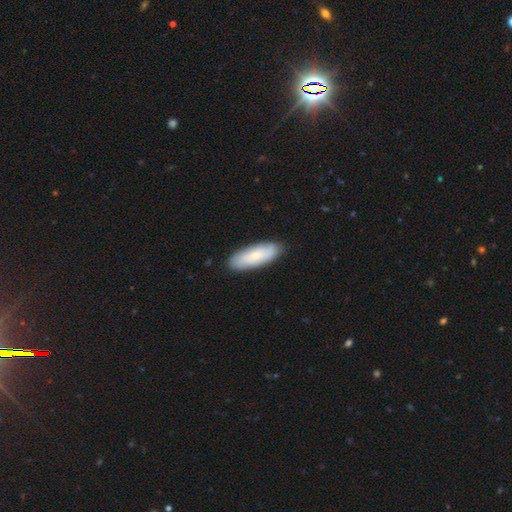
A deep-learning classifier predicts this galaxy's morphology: Overall: smooth (61%; featured or disk 33%). How rounded: in between (65%; cigar-shaped 33%). Merging: none (87%).